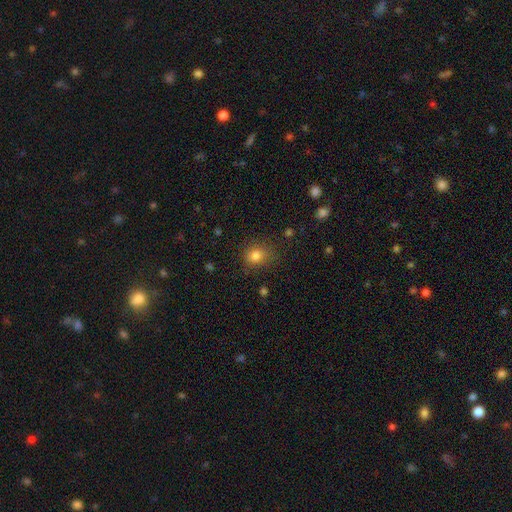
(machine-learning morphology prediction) Smooth or featured: smooth — 80% (star or artifact — 13%)
How rounded: round — 71% (in between — 28%)
Merging: none — 79% (minor disturbance — 15%)